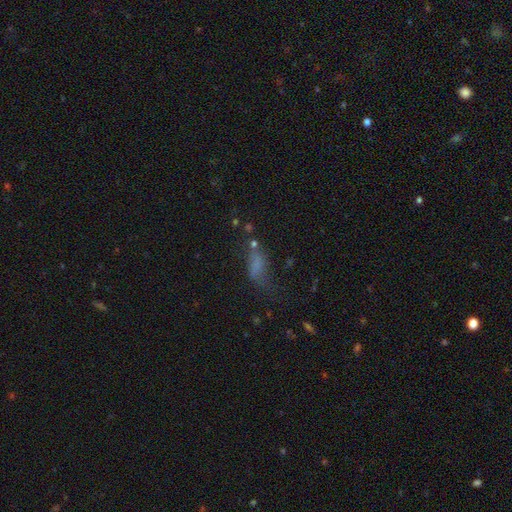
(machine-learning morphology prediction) Smooth or featured: smooth — 49% (star or artifact — 28%)
Merging: none — 42% (major disturbance — 28%)